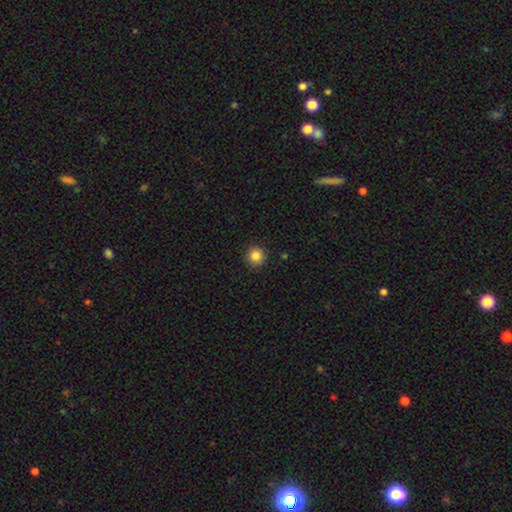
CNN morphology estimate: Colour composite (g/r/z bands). It shows a smooth galaxy with no disk features (85%) that is round (94%). Merging: none (91%).